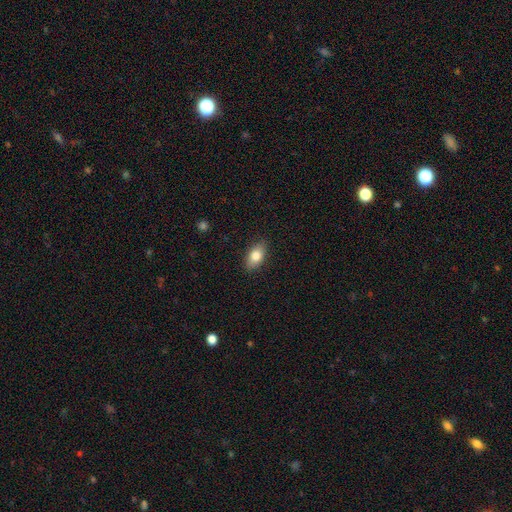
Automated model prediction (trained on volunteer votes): Q: Smooth or featured?
A: smooth (80%); runner-up: featured or disk (13%)
Q: How rounded?
A: in between (89%); runner-up: round (7%)
Q: Merging?
A: none (87%); runner-up: minor disturbance (10%)